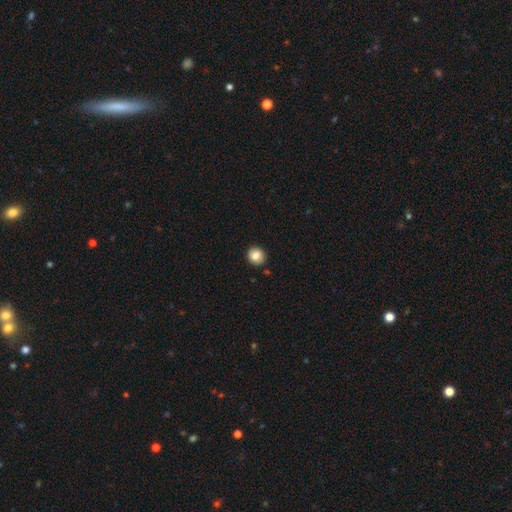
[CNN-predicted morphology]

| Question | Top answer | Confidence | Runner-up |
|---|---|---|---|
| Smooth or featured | smooth | 81% | featured or disk (10%) |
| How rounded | round | 85% | in between (14%) |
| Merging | none | 88% | minor disturbance (9%) |